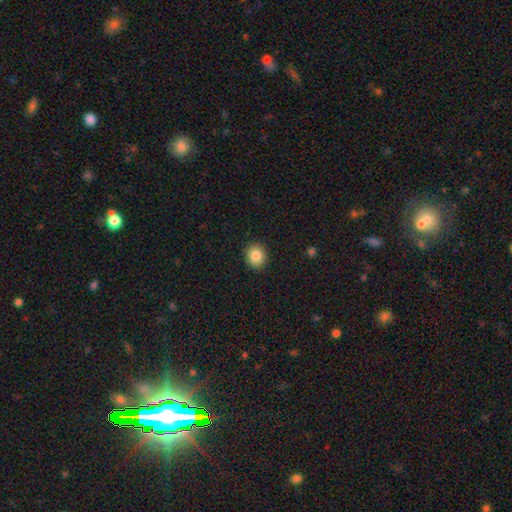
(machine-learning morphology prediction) Smooth or featured? smooth (85%)
How rounded? round (84%)
Merging? none (92%)